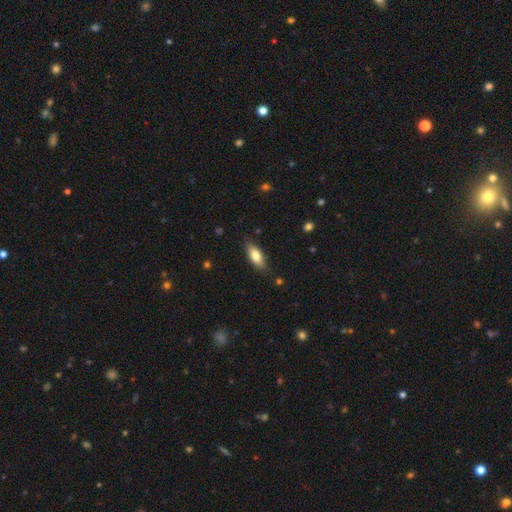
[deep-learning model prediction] smooth-or-featured: smooth: 78% | featured or disk: 16% | star or artifact: 6%
  how-rounded: in between: 78% | cigar-shaped: 19% | round: 2%
  merging: none: 83% | minor disturbance: 13% | major disturbance: 3% | merger: 1%